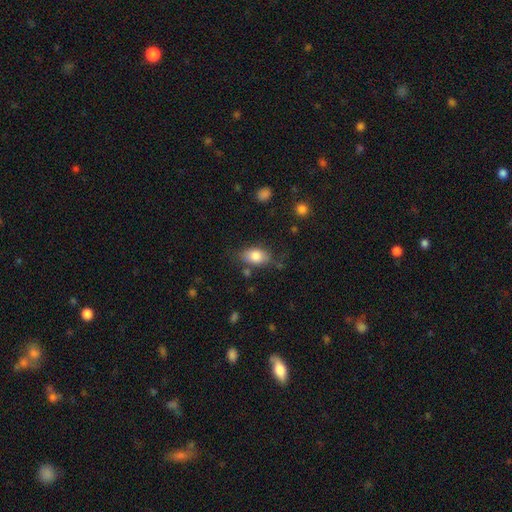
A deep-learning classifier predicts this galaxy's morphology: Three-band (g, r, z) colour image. It shows a smooth galaxy with no disk features (81%) that is in between round and cigar-shaped (86%). Merging: none (72%).